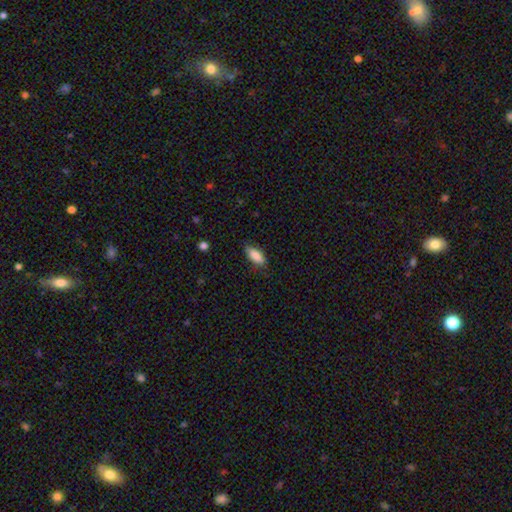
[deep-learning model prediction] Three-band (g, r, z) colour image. It shows a smooth galaxy with no disk features (87%) that is in between round and cigar-shaped (81%). Merging: none (75%).